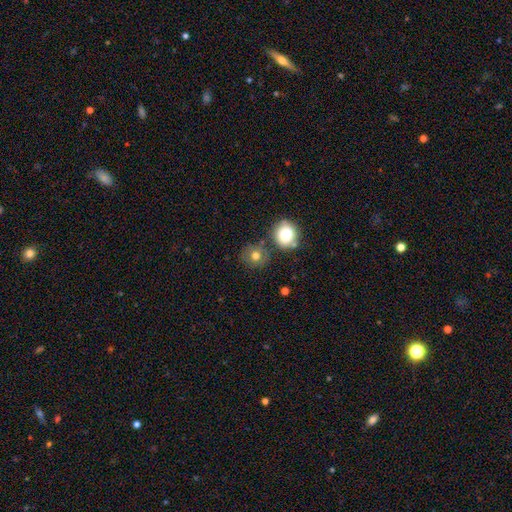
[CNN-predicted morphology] type=smooth (75%); roundness=round (85%); merging=none (72%).